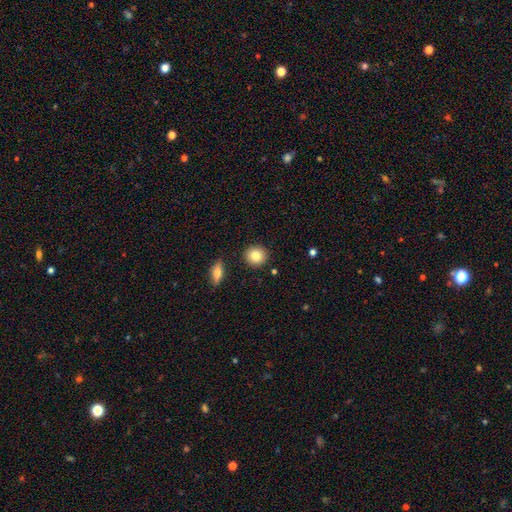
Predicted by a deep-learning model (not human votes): Morphology: type=smooth (84%); roundness=round (87%); merging=none (90%).